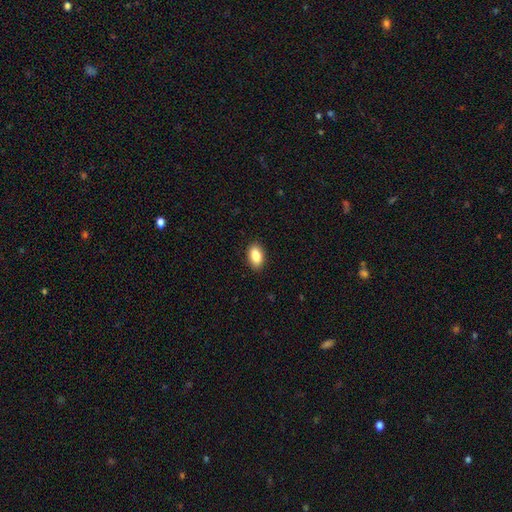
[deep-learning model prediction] This appears to be a smooth galaxy with no disk features (87%) that is in between round and cigar-shaped (92%). Merging: none (89%).